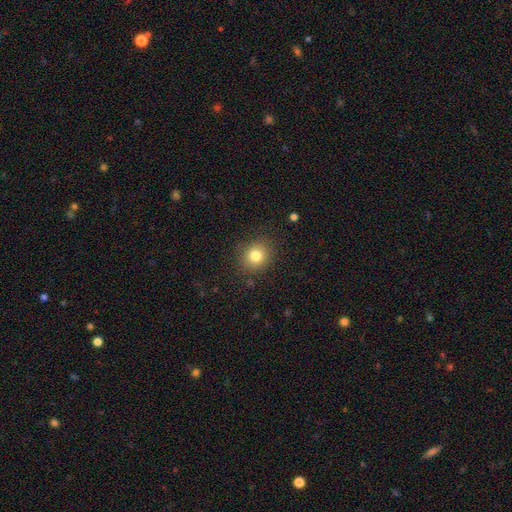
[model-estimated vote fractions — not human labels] This is clearly a smooth galaxy (80%). How rounded: likely round (80%). Merging: clearly none (87%).